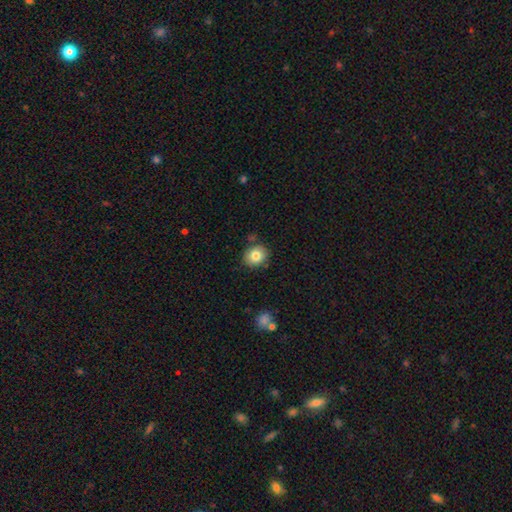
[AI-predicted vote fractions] Overall: smooth (81%). How rounded: round (74%). Merging: none (83%).